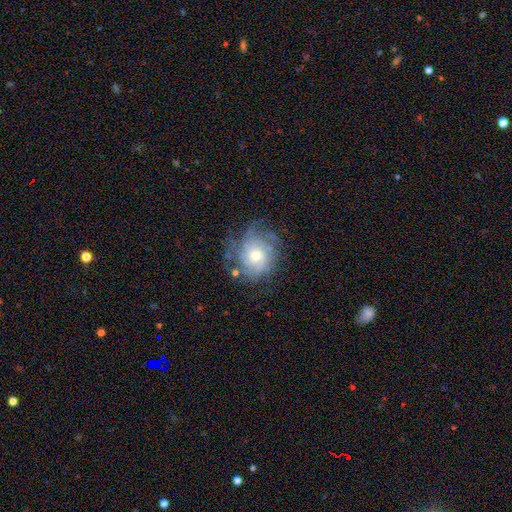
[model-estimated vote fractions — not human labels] Morphology: type=featured or disk (74%); edge-on=no (97%); bar=no (80%); spiral arms=yes (89%); winding=tight (63%); arm count=can't tell (49%); bulge=small (48%); merging=none (69%).